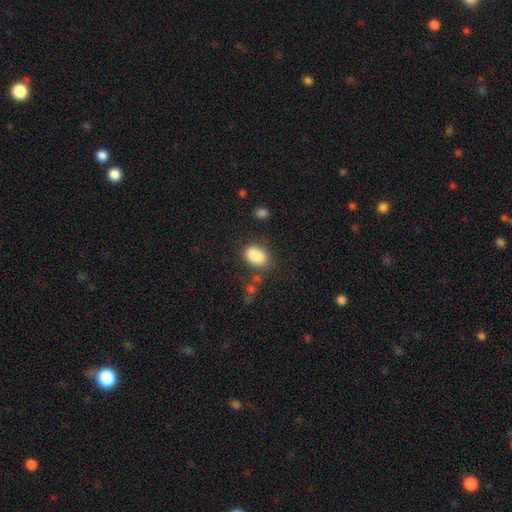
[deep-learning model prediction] Smooth or featured? smooth (86%)
How rounded? in between (82%)
Merging? none (67%)